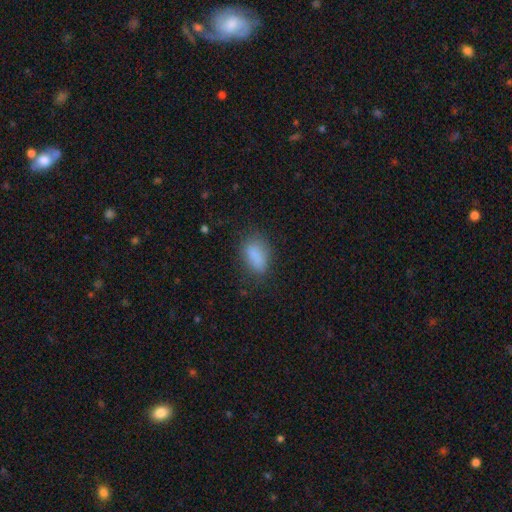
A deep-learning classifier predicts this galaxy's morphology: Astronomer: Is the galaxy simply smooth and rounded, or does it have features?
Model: smooth — 83%.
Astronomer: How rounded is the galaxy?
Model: in between — 85%.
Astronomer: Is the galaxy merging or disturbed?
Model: none — 71%.